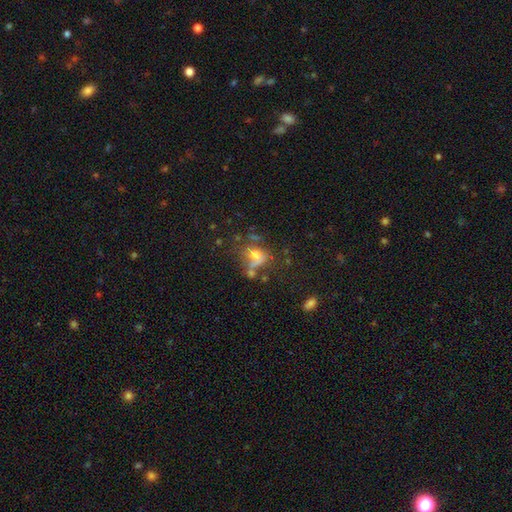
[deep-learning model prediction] Overall: smooth (50%; featured or disk 30%). Merging: none (31%; merger 27%).